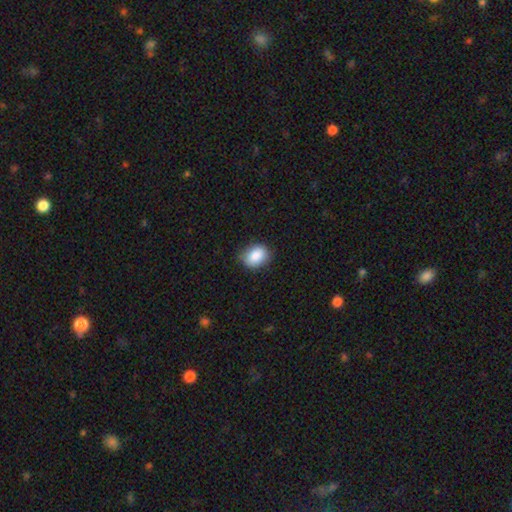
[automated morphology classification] This appears to be a smooth galaxy with no disk features (88%) that is in between round and cigar-shaped (65%). Merging: none (81%).